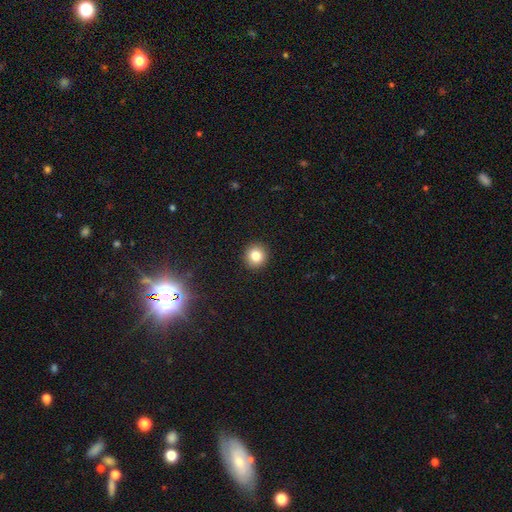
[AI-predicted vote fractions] Overall: smooth (82%). How rounded: round (93%). Merging: none (93%).